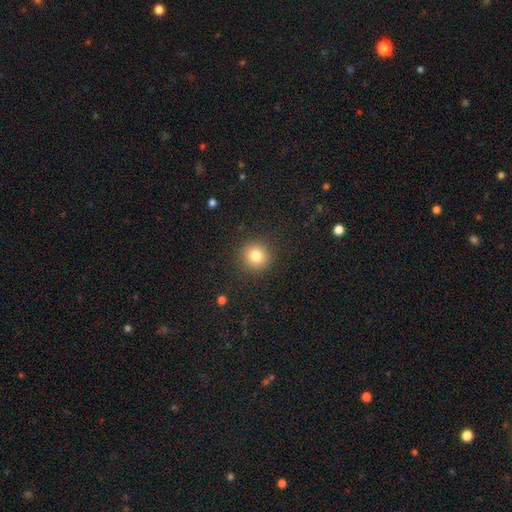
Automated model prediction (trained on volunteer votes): This appears to be a smooth galaxy with no disk features (80%) that is round (94%). Merging: none (91%).